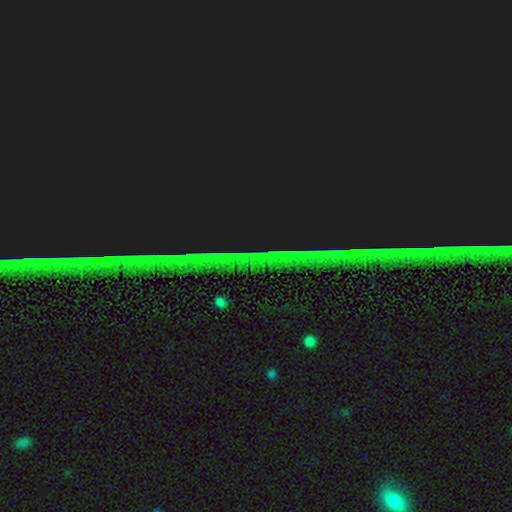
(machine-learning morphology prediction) A star or artifact, not a galaxy (83%).